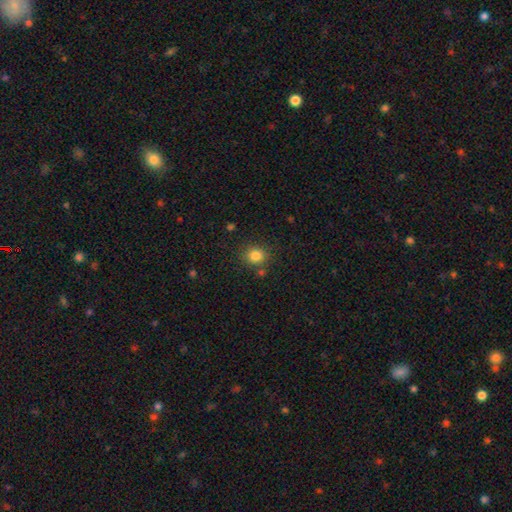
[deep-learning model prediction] This is clearly a smooth galaxy (82%). How rounded: clearly round (82%). Merging: likely none (80%).